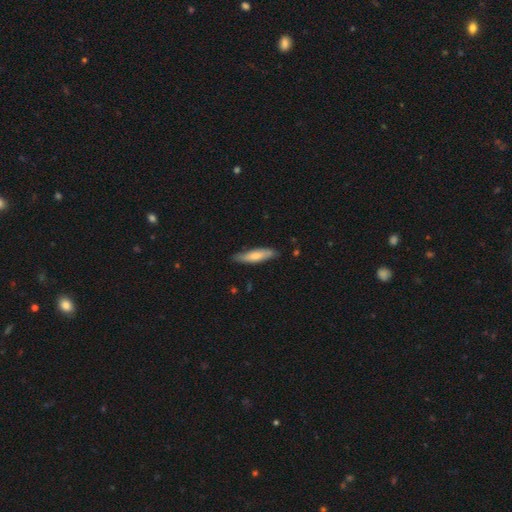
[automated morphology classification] type=smooth (70%); roundness=cigar-shaped (71%); merging=none (81%).